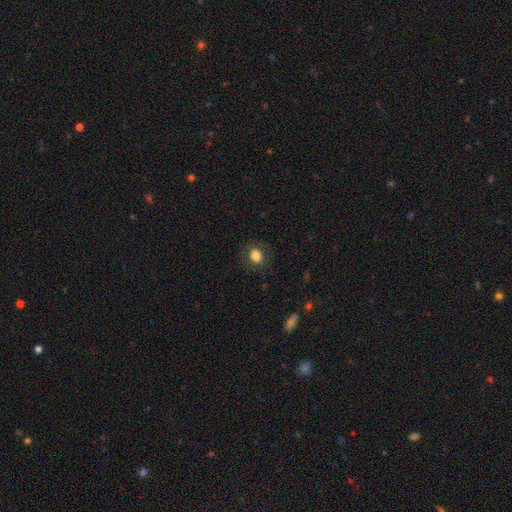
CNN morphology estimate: Smooth or featured? smooth (80%)
How rounded? round (61%)
Merging? none (83%)